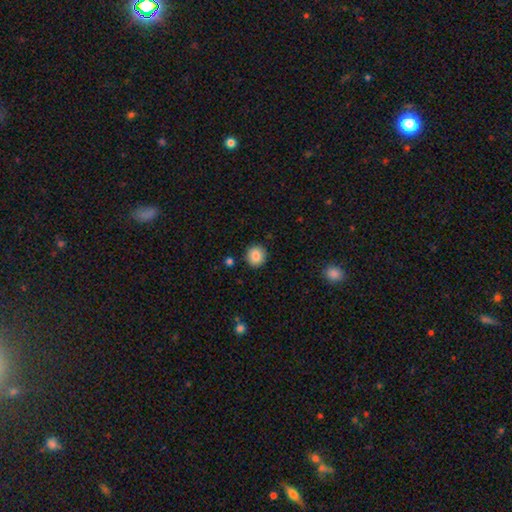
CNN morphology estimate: Overall: smooth (86%). How rounded: round (91%). Merging: none (90%).